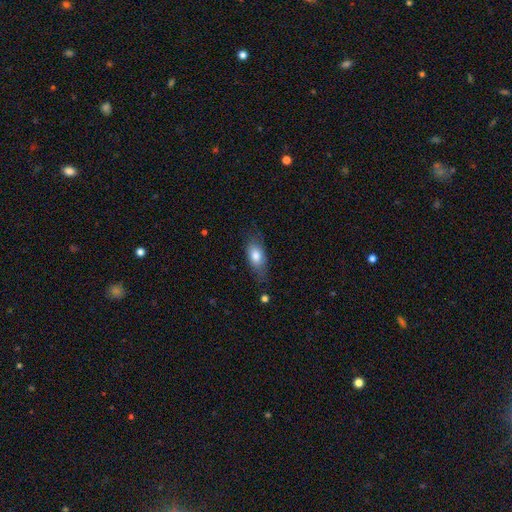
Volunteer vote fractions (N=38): Smooth or featured?
  - smooth: 76% *
  - featured or disk: 18%
  - star or artifact: 5%
How rounded?
  - in between: 79% *
  - cigar-shaped: 21%
  - round: 0%
Merging?
  - none: 61% *
  - minor disturbance: 25%
  - major disturbance: 11%
  - merger: 3%